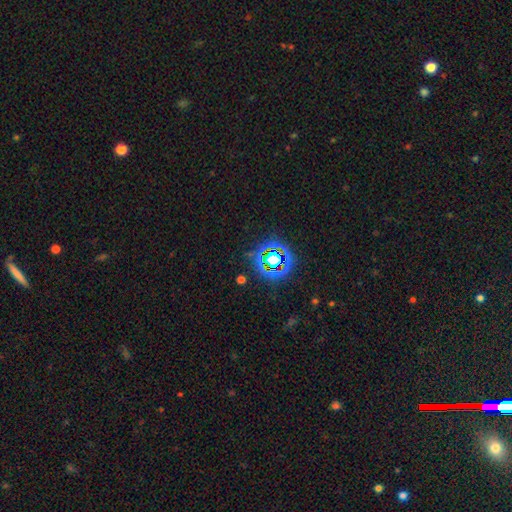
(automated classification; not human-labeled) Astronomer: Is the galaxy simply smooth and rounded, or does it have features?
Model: star or artifact — 75%.